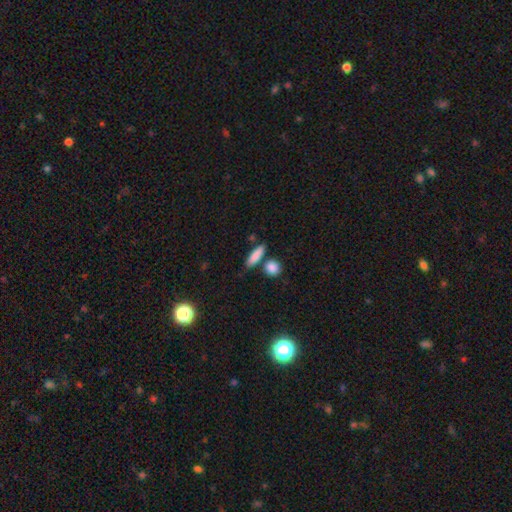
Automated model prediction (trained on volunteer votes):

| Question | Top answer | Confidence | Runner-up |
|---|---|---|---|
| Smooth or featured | smooth | 84% | featured or disk (9%) |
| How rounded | cigar-shaped | 54% | in between (39%) |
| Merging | none | 73% | merger (12%) |